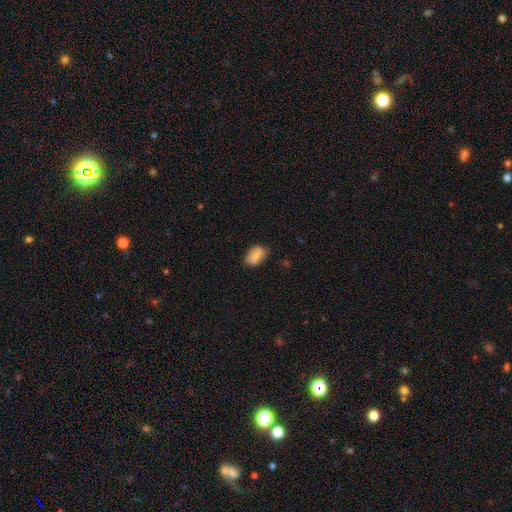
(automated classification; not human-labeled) Smooth or featured? Predicted: smooth (p=0.77). How rounded? Predicted: in between (p=0.88). Merging? Predicted: none (p=0.68).